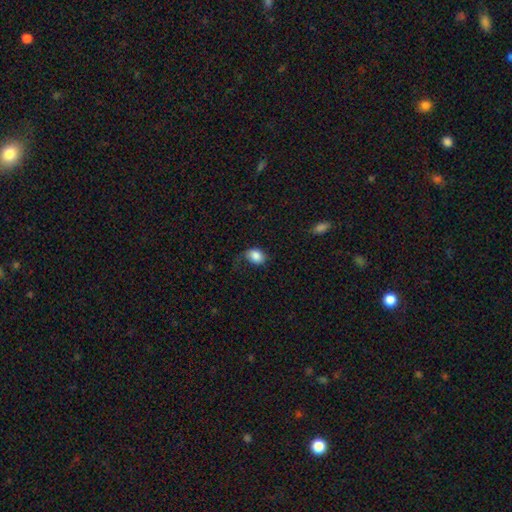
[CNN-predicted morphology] smooth 85%, star or artifact 8%, featured or disk 7%. Down the decision tree: how rounded — in between (66%); merging — none (54%).